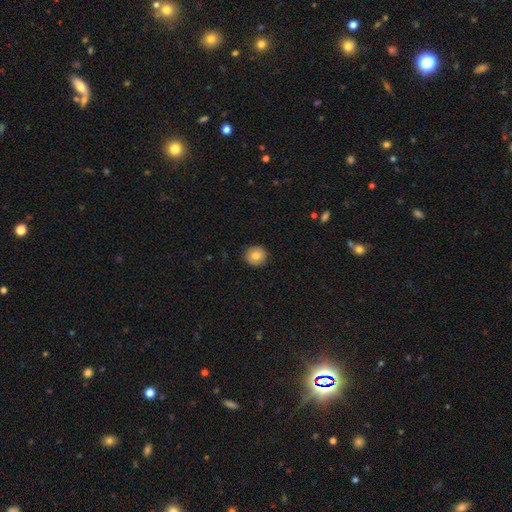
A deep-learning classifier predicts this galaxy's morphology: Smooth or featured: smooth — 79% (featured or disk — 13%)
How rounded: round — 91% (in between — 8%)
Merging: none — 90% (minor disturbance — 7%)